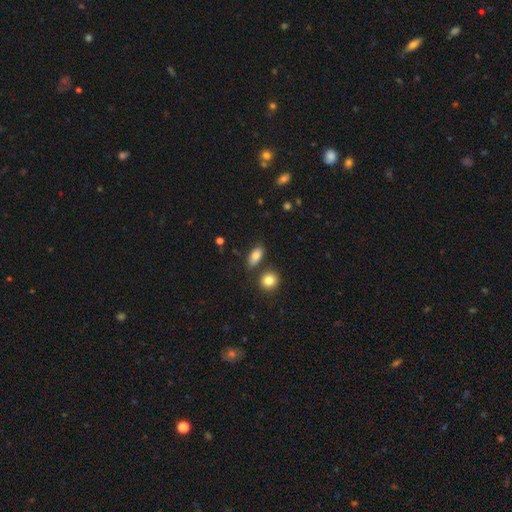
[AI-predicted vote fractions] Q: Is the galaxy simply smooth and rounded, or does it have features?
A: smooth — 81%.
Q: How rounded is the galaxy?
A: in between — 85%.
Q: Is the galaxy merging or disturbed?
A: none — 75%.